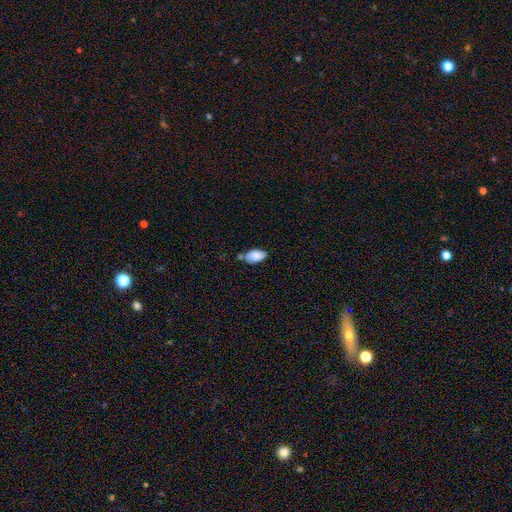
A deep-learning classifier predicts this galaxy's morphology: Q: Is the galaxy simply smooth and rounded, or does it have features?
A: smooth — 83%.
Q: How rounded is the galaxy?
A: in between — 93%.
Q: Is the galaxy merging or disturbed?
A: none — 52%.